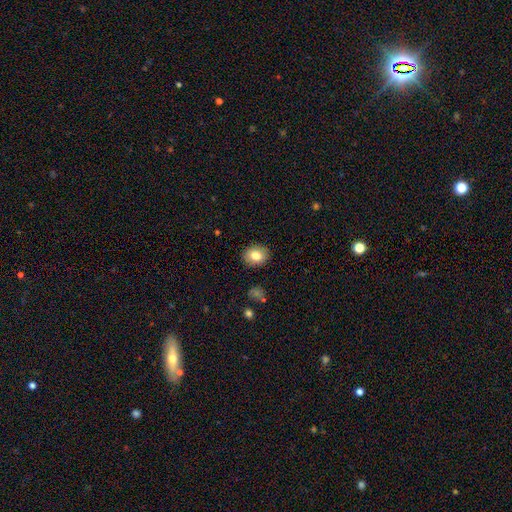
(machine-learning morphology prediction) Q: Smooth or featured?
A: smooth (82%); runner-up: featured or disk (9%)
Q: How rounded?
A: in between (55%); runner-up: round (44%)
Q: Merging?
A: none (89%); runner-up: minor disturbance (8%)